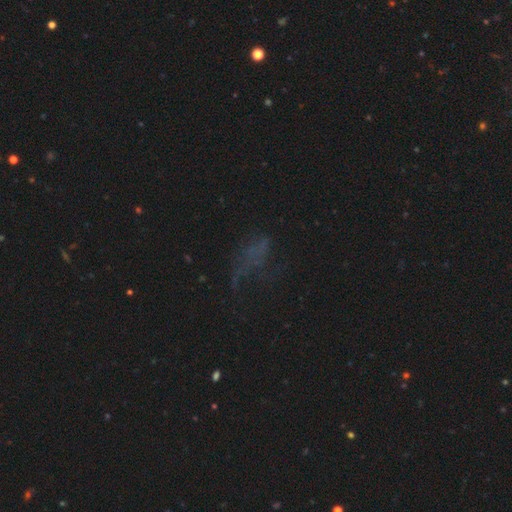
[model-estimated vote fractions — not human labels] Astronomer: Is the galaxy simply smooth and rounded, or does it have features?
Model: star or artifact — 42% (runner-up: featured or disk, 30%).